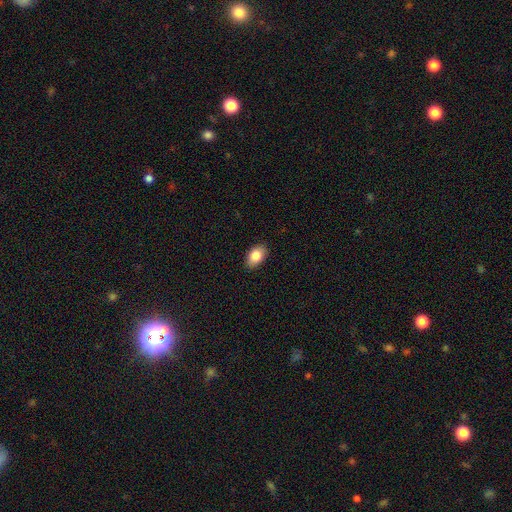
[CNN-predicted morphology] Smooth or featured? Predicted: smooth (p=0.85). How rounded? Predicted: in between (p=0.89). Merging? Predicted: none (p=0.88).